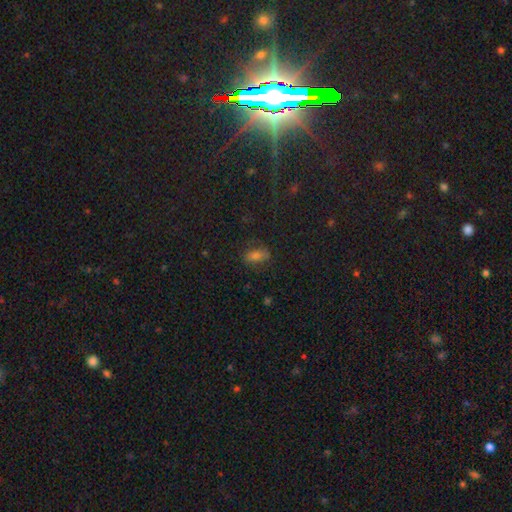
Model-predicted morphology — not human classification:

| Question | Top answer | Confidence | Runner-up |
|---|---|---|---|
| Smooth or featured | smooth | 59% | star or artifact (27%) |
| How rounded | in between | 81% | round (11%) |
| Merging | none | 78% | minor disturbance (15%) |